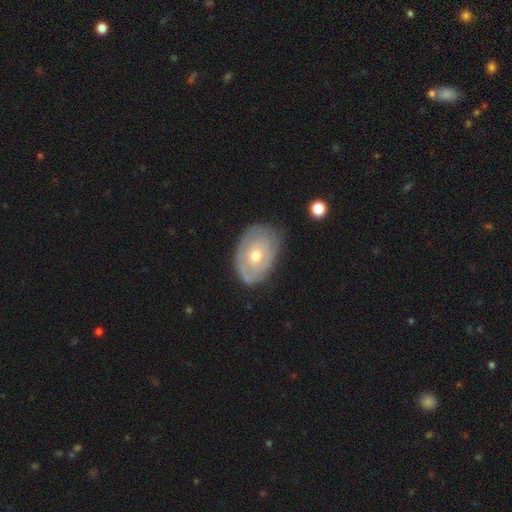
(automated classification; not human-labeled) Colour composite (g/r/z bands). It shows a featured or disk galaxy (66%) with no bar (82%), spiral arms (66%) and a moderate central bulge (61%). Merging: none (70%).